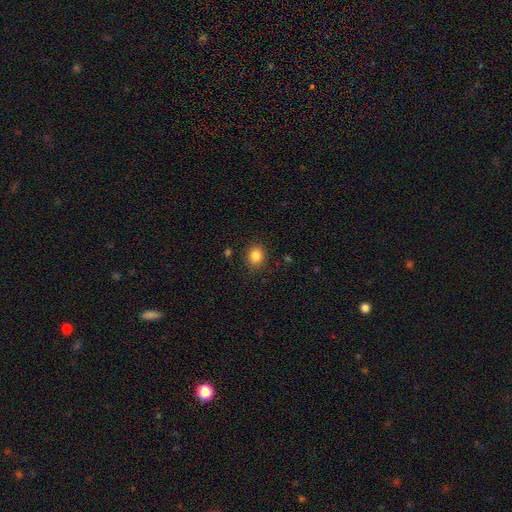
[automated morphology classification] A smooth galaxy with no disk features (85%) that is round (73%).

Vote fractions:
- Smooth or featured? smooth: 85% / star or artifact: 11% / featured or disk: 5%
- How rounded? round: 73% / in between: 26% / cigar-shaped: 1%
- Merging? none: 86% / minor disturbance: 10% / major disturbance: 3% / merger: 1%